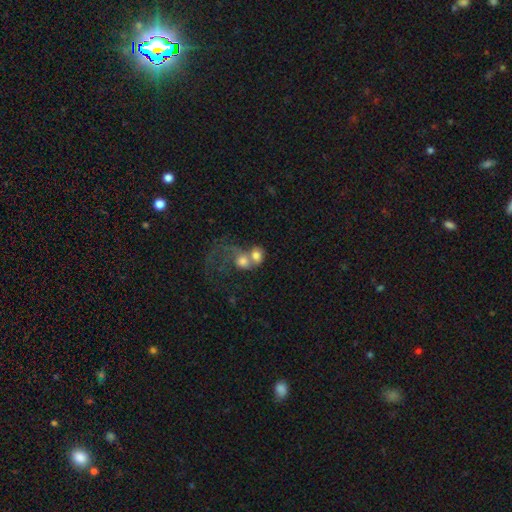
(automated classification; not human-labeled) A smooth galaxy with no disk features (66%) that is round (63%).

Vote fractions:
- Smooth or featured? smooth: 66% / featured or disk: 25% / star or artifact: 9%
- How rounded? round: 63% / in between: 35% / cigar-shaped: 1%
- Merging? merger: 71% / none: 13% / major disturbance: 10% / minor disturbance: 5%